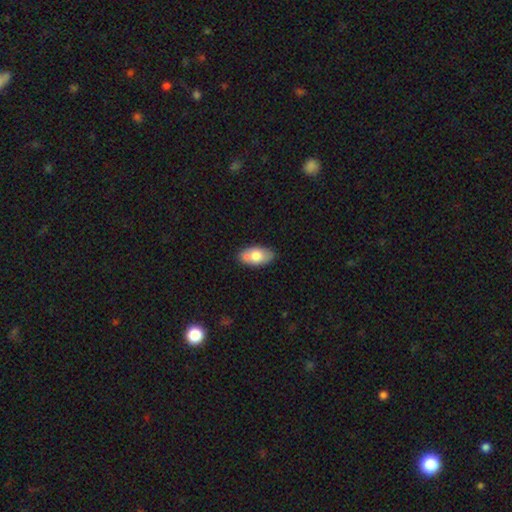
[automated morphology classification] This is likely a smooth galaxy (72%). How rounded: clearly in between (92%). Merging: likely none (67%).